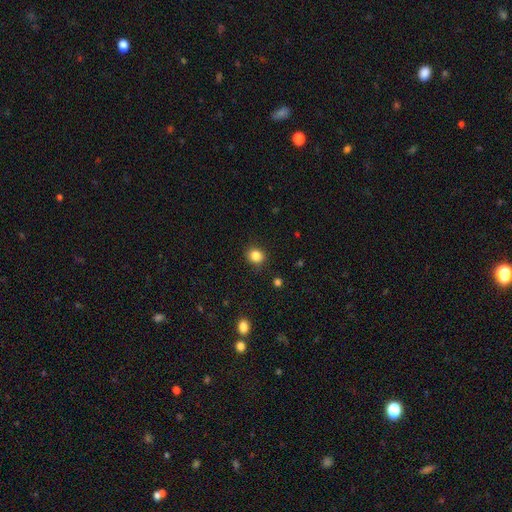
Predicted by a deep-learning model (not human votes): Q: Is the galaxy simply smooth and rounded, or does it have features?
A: smooth — 84%.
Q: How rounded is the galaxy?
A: round — 77%.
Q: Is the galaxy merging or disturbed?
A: none — 88%.